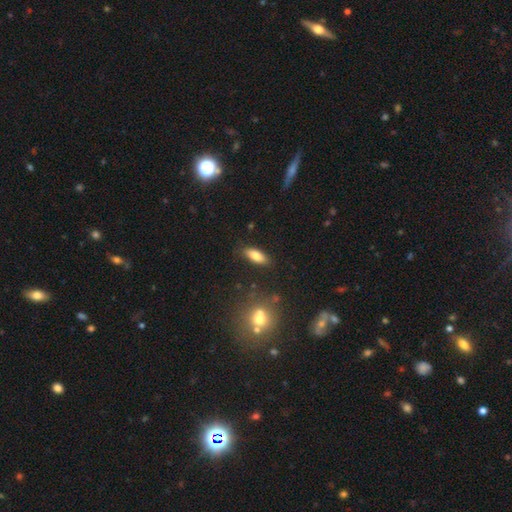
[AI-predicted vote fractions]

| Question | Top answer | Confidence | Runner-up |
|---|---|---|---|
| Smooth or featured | smooth | 81% | featured or disk (11%) |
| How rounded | in between | 75% | cigar-shaped (23%) |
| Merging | none | 85% | minor disturbance (11%) |